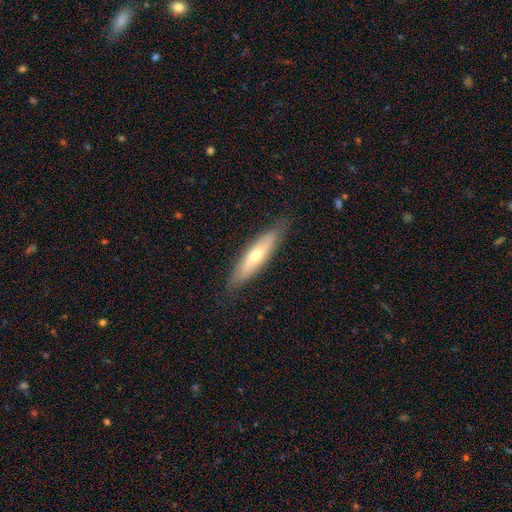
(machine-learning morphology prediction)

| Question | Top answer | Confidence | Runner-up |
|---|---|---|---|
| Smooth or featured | featured or disk | 48% | smooth (46%) |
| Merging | none | 84% | minor disturbance (12%) |